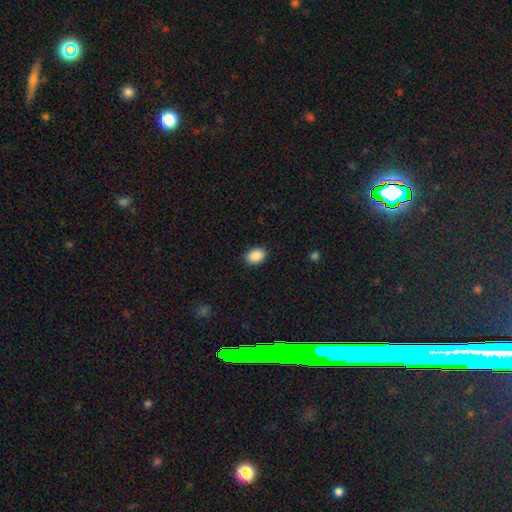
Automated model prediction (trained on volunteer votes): smooth_or_featured: smooth (p=0.90) [alt: star or artifact p=0.08]
how_rounded: in between (p=0.70) [alt: round p=0.29]
merging: none (p=0.89) [alt: minor disturbance p=0.08]